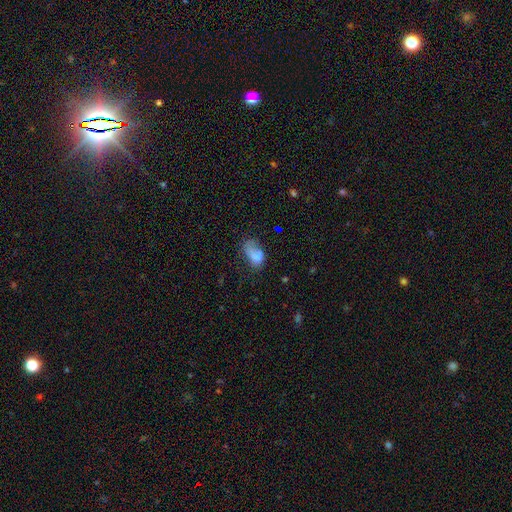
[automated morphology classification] A smooth galaxy with no disk features (68%) that is in between round and cigar-shaped (89%). Merging: major disturbance (39%).